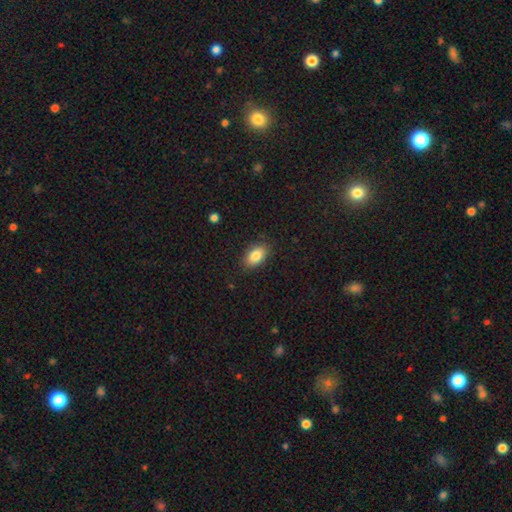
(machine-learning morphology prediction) type=smooth (85%); roundness=in between (91%); merging=none (86%).